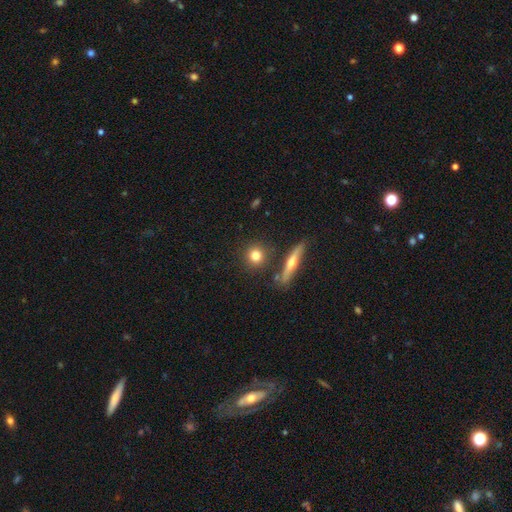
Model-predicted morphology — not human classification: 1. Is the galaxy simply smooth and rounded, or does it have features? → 77% smooth, 14% featured or disk, 9% star or artifact.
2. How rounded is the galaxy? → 86% round, 10% in between, 4% cigar-shaped.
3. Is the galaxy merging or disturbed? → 84% none, 8% minor disturbance, 6% merger, 3% major disturbance.